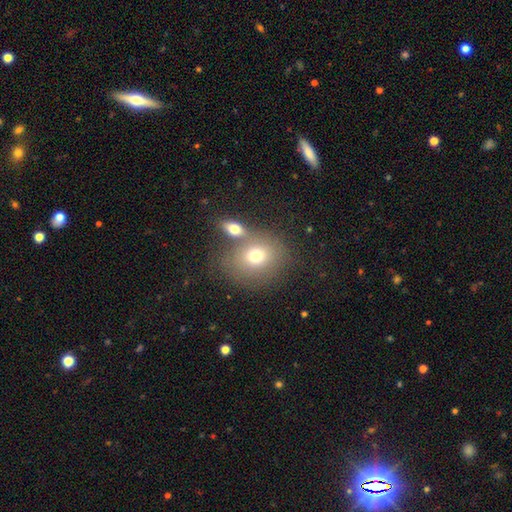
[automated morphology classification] Smooth or featured?
  - smooth: 71% *
  - featured or disk: 17%
  - star or artifact: 11%
How rounded?
  - round: 65% *
  - in between: 34%
  - cigar-shaped: 1%
Merging?
  - none: 51% *
  - merger: 30%
  - minor disturbance: 12%
  - major disturbance: 6%